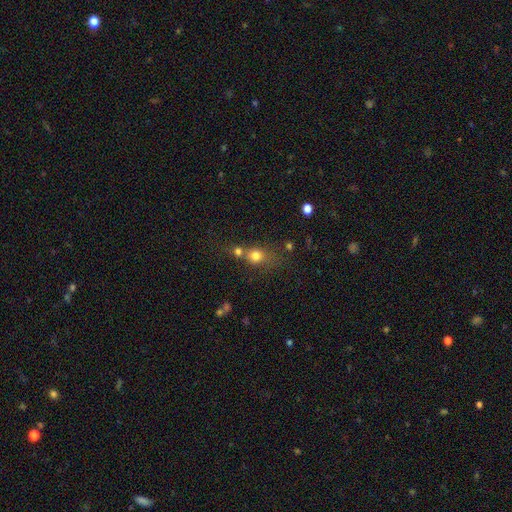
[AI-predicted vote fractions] Morphology: type=smooth (73%); roundness=round (70%); merging=merger (43%).